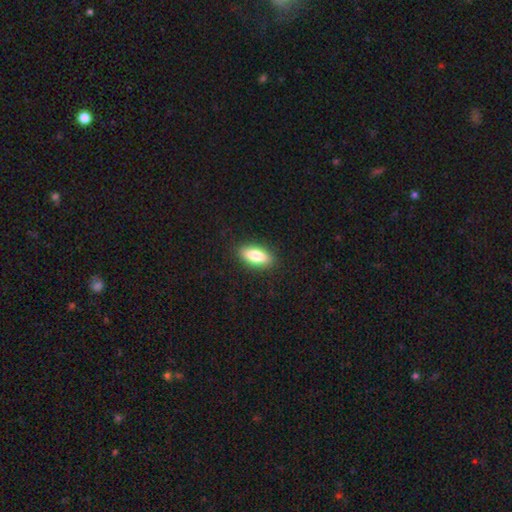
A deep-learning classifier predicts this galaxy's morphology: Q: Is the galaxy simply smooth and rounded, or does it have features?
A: smooth — 79%.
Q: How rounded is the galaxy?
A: in between — 78%.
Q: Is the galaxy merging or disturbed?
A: none — 89%.